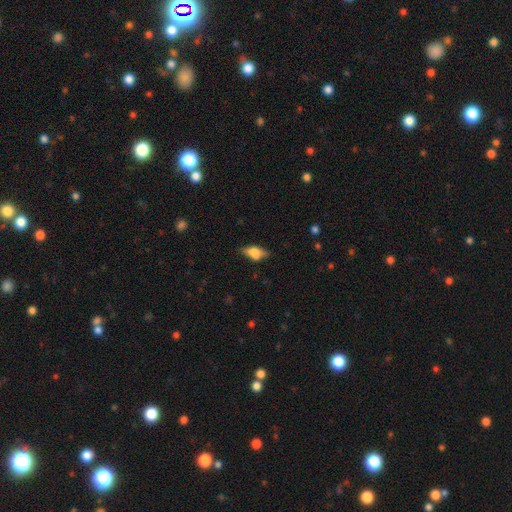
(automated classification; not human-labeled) smooth_or_featured: smooth (p=0.55) [alt: featured or disk p=0.36]
how_rounded: in between (p=0.74) [alt: cigar-shaped p=0.21]
merging: none (p=0.62) [alt: minor disturbance p=0.25]